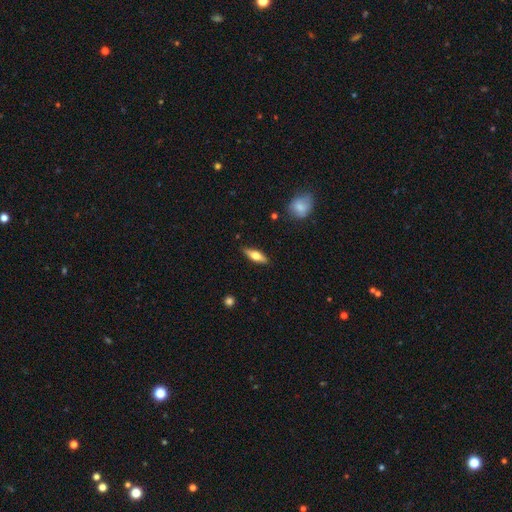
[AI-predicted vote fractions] Overall: smooth (54%; featured or disk 40%). How rounded: cigar-shaped (50%; in between 47%). Merging: none (88%).